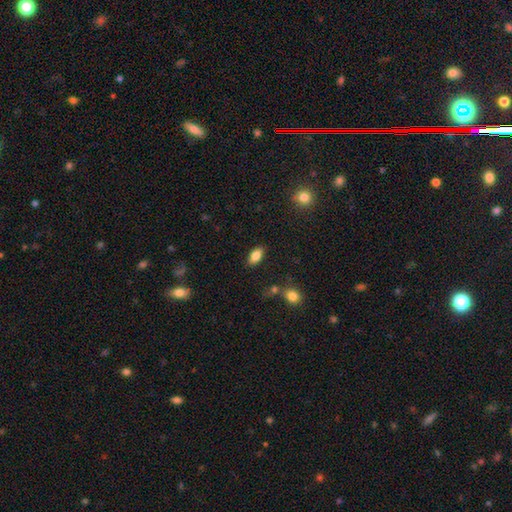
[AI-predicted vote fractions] Morphology: type=smooth (81%); roundness=in between (89%); merging=none (84%).